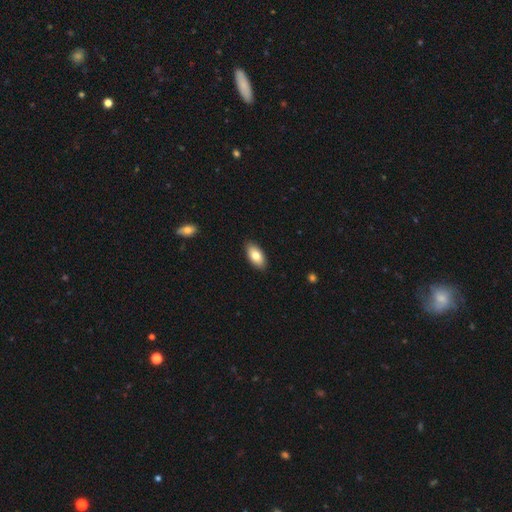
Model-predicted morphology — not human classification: Q: Smooth or featured?
A: smooth (79%); runner-up: featured or disk (15%)
Q: How rounded?
A: in between (92%); runner-up: cigar-shaped (5%)
Q: Merging?
A: none (89%); runner-up: minor disturbance (8%)